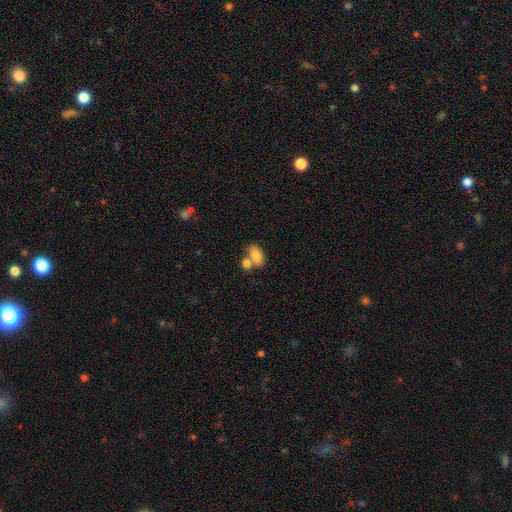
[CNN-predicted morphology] Smooth or featured?
  - smooth: 82% *
  - featured or disk: 11%
  - star or artifact: 8%
How rounded?
  - in between: 89% *
  - round: 9%
  - cigar-shaped: 2%
Merging?
  - merger: 45% *
  - none: 39%
  - minor disturbance: 11%
  - major disturbance: 4%